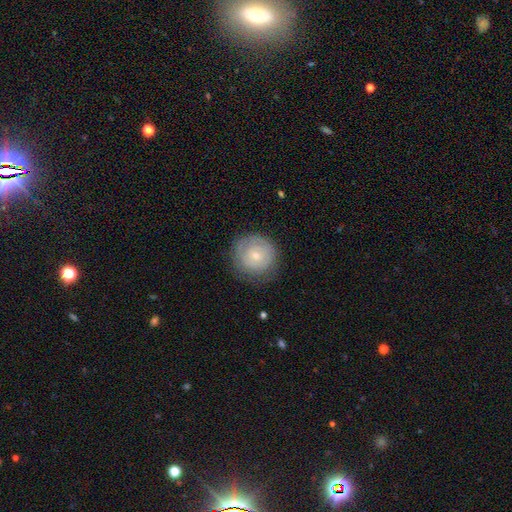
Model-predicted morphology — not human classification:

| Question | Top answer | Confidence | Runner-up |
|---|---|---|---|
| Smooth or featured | featured or disk | 48% | smooth (45%) |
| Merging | none | 78% | minor disturbance (16%) |